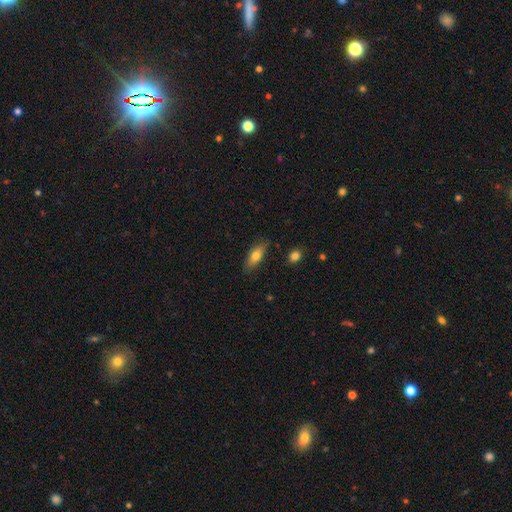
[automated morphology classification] smooth_or_featured: smooth (p=0.70) [alt: featured or disk p=0.23]
how_rounded: in between (p=0.69) [alt: cigar-shaped p=0.28]
merging: none (p=0.82) [alt: minor disturbance p=0.14]